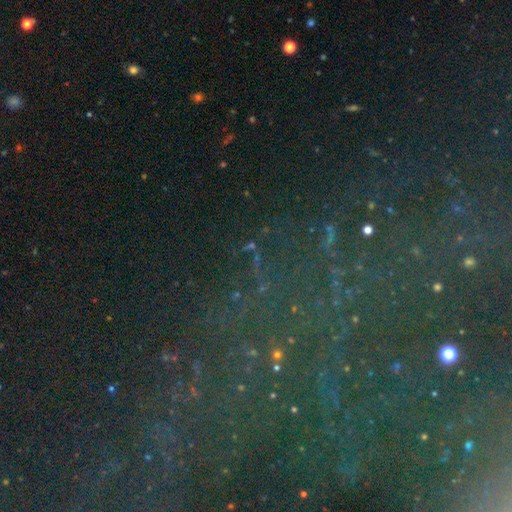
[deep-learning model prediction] Smooth or featured? star or artifact (81%)